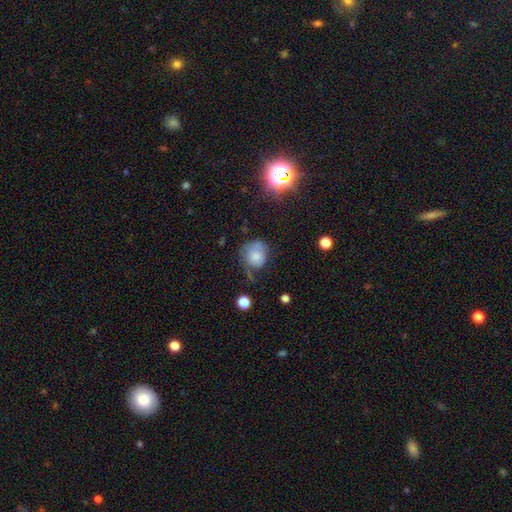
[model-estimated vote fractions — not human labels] A smooth galaxy with no disk features (71%) that is round (75%).

Vote fractions:
- Smooth or featured? smooth: 71% / featured or disk: 17% / star or artifact: 12%
- How rounded? round: 75% / in between: 24% / cigar-shaped: 1%
- Merging? none: 42% / minor disturbance: 30% / major disturbance: 20% / merger: 8%